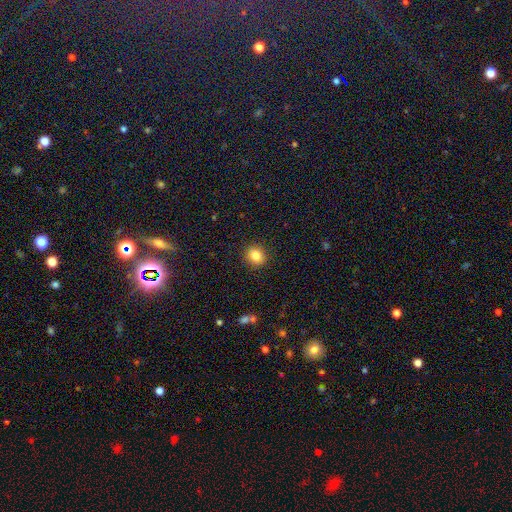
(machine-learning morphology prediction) Smooth or featured? Predicted: smooth (p=0.84). How rounded? Predicted: round (p=0.73). Merging? Predicted: none (p=0.90).